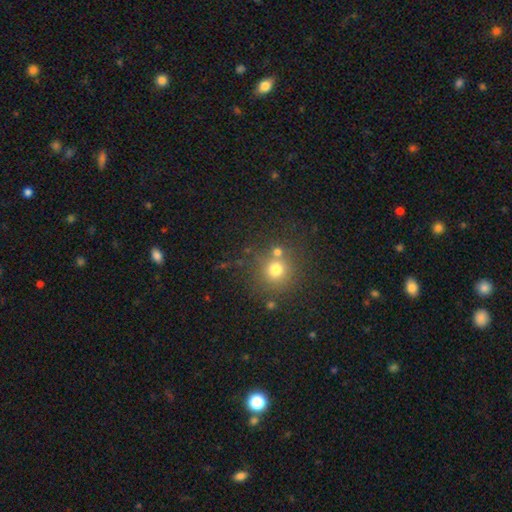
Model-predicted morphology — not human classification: smooth 58%, star or artifact 34%, featured or disk 9%. Down the decision tree: how rounded — round (92%); merging — none (75%).